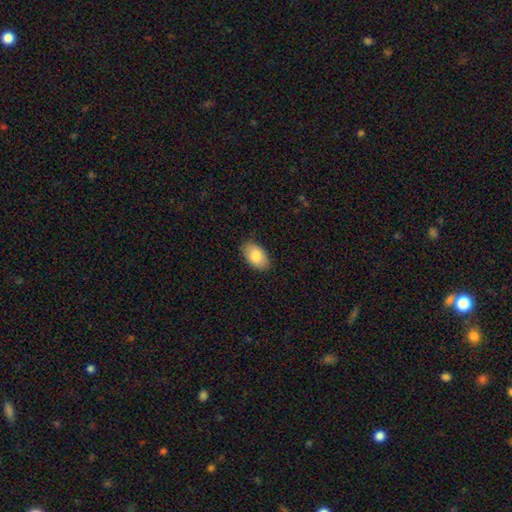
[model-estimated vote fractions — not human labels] Smooth or featured: smooth — 82% (featured or disk — 11%)
How rounded: in between — 93% (round — 6%)
Merging: none — 87% (minor disturbance — 10%)